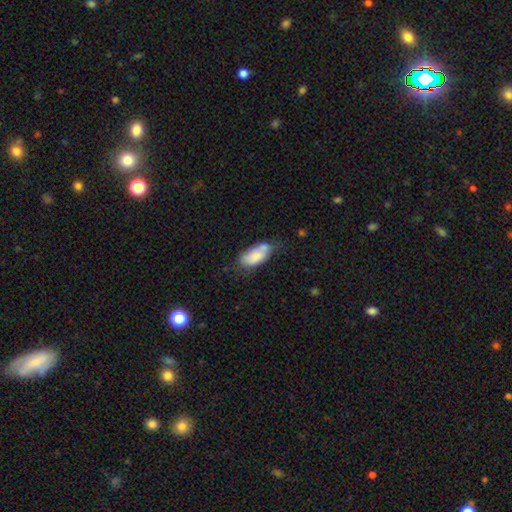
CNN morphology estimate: A smooth galaxy with no disk features (76%) that is in between round and cigar-shaped (90%). Merging: none (45%).